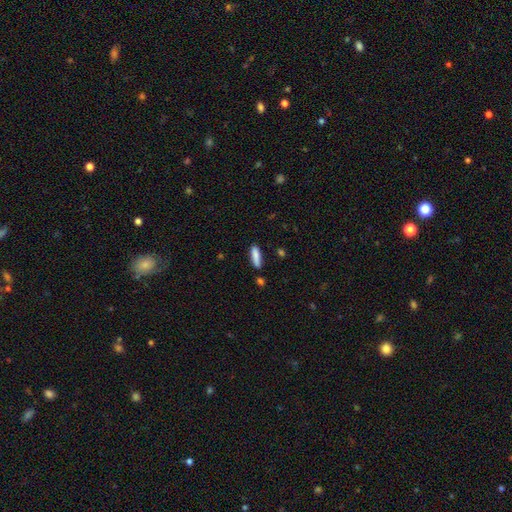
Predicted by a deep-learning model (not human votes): A smooth galaxy with no disk features (85%) that is cigar-shaped (68%). Merging: none (80%).